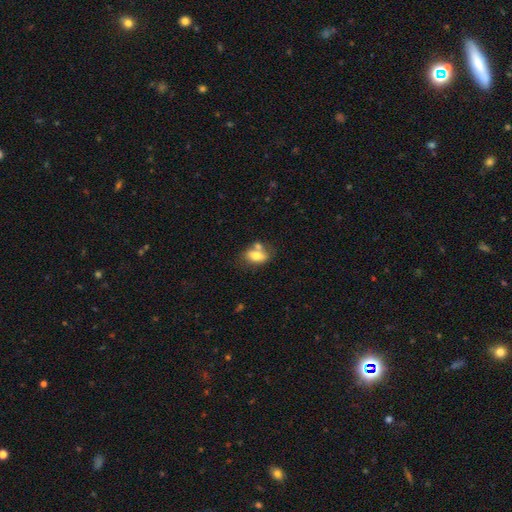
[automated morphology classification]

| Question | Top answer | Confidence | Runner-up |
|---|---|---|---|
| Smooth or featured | smooth | 71% | featured or disk (21%) |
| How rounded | in between | 83% | round (14%) |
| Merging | none | 45% | merger (33%) |